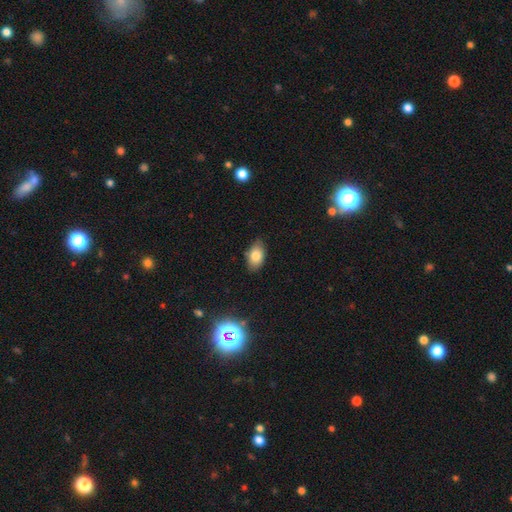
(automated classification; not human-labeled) smooth_or_featured: smooth (p=0.80) [alt: featured or disk p=0.11]
how_rounded: in between (p=0.91) [alt: round p=0.08]
merging: none (p=0.82) [alt: minor disturbance p=0.14]